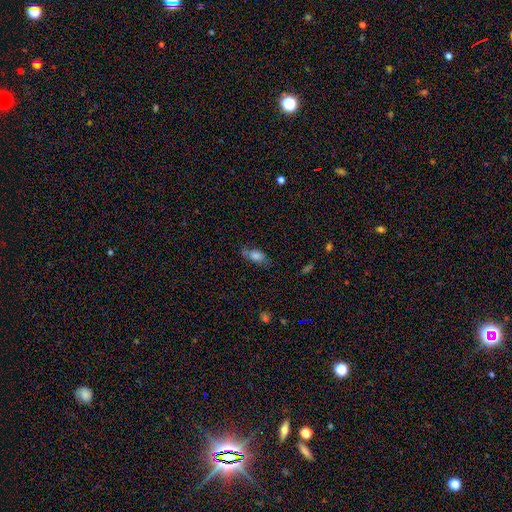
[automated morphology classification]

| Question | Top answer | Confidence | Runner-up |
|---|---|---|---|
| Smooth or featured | smooth | 74% | featured or disk (14%) |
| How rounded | in between | 82% | round (10%) |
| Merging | none | 54% | minor disturbance (27%) |